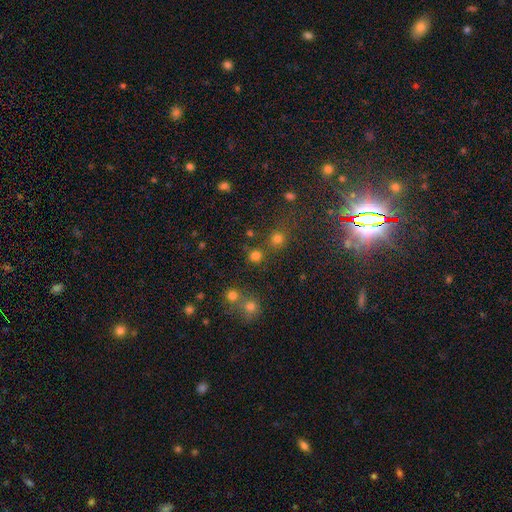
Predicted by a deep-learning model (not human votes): smooth_or_featured: smooth (p=0.77) [alt: star or artifact p=0.18]
how_rounded: round (p=0.91) [alt: in between p=0.08]
merging: none (p=0.77) [alt: merger p=0.13]